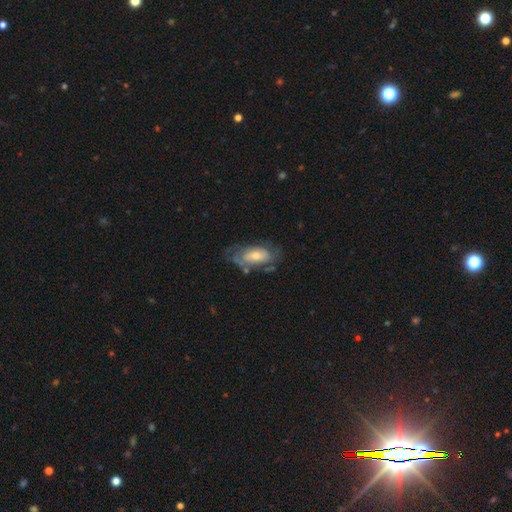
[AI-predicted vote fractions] smooth-or-featured: featured or disk: 58% | smooth: 36% | star or artifact: 6%
  disk-edge-on: no: 91% | yes: 9%
    bar: no: 71% | weak: 23% | strong: 5%
    has-spiral-arms: yes: 67% | no: 33%
    bulge-size: moderate: 53% | small: 33% | large: 10% | none: 2% | dominant: 1%
  merging: none: 52% | minor disturbance: 26% | major disturbance: 18% | merger: 4%